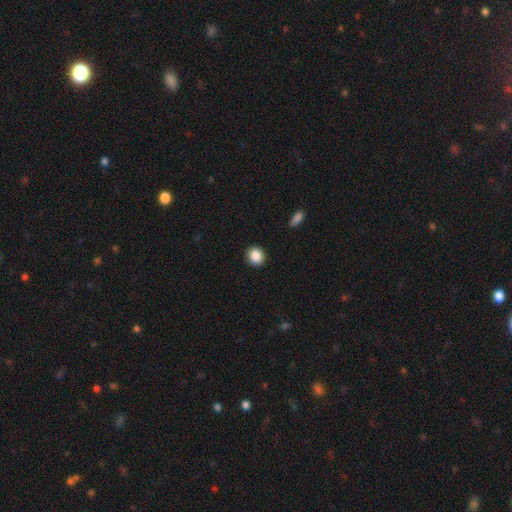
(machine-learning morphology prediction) A smooth galaxy with no disk features (87%) that is round (81%). Merging: none (92%).